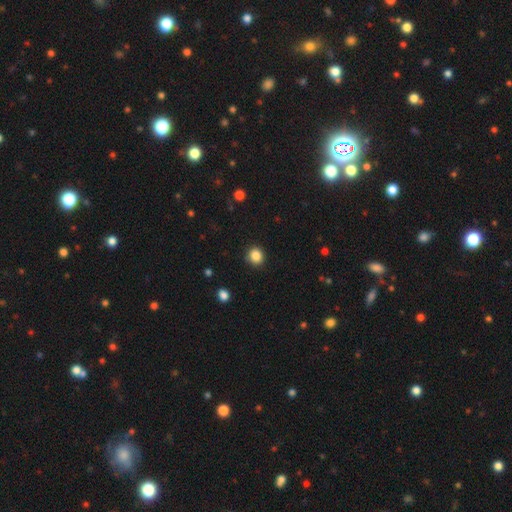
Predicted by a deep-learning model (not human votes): smooth_or_featured: smooth (p=0.86) [alt: star or artifact p=0.10]
how_rounded: round (p=0.81) [alt: in between p=0.18]
merging: none (p=0.89) [alt: minor disturbance p=0.08]